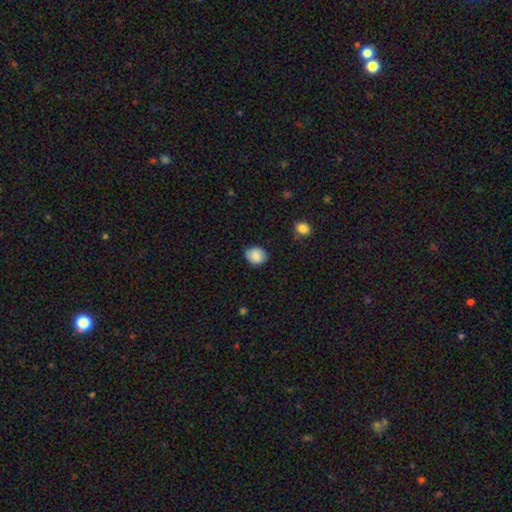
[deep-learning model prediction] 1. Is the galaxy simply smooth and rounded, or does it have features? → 87% smooth, 8% star or artifact, 5% featured or disk.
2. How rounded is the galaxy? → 66% round, 33% in between, 1% cigar-shaped.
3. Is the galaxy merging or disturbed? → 82% none, 14% minor disturbance, 3% major disturbance, 1% merger.